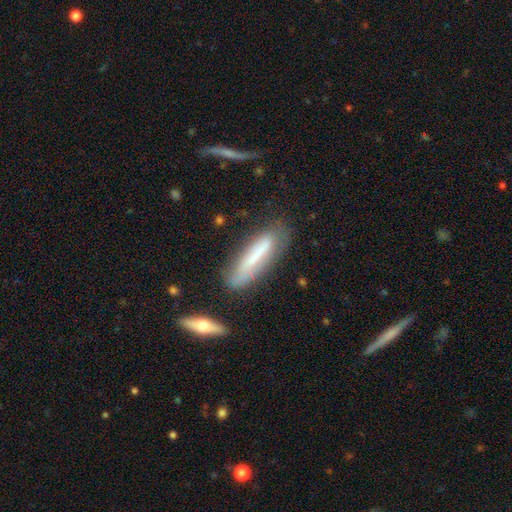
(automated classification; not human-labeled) The model was most divided on "smooth or featured": smooth: 55%, featured or disk: 37%, star or artifact: 8%. More confident: how rounded — cigar-shaped (77%); merging — none (65%).